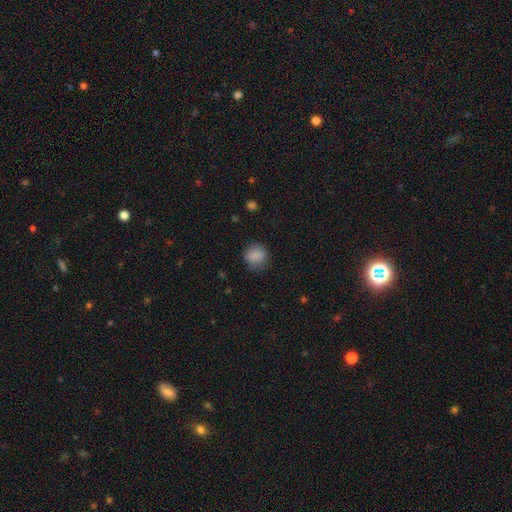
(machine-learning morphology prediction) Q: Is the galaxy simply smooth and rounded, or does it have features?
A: smooth — 87%.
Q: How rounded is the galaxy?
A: round — 88%.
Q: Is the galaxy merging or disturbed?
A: none — 82%.